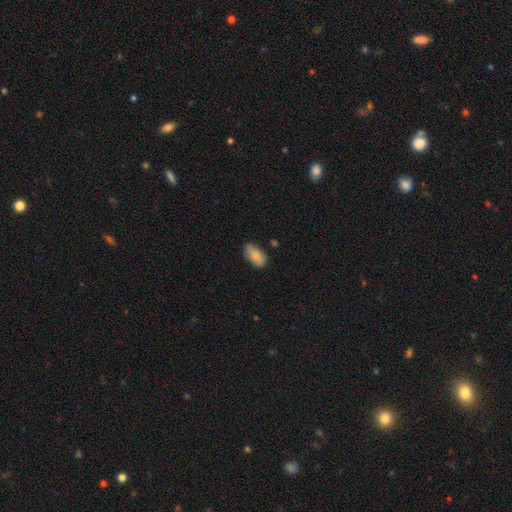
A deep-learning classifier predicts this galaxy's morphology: Smooth or featured: smooth — 83% (featured or disk — 10%)
How rounded: in between — 93% (round — 4%)
Merging: none — 68% (minor disturbance — 25%)